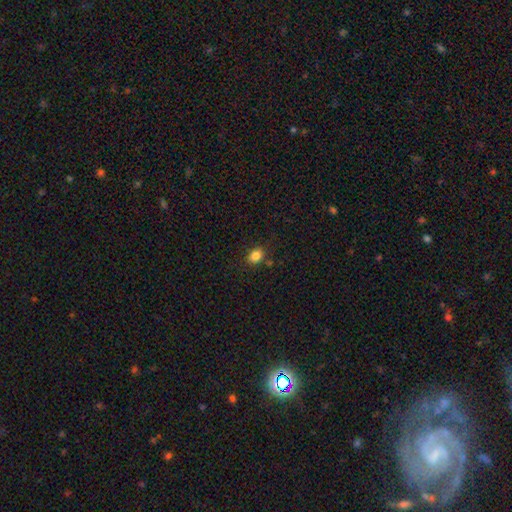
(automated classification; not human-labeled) Smooth or featured? smooth (84%)
How rounded? in between (58%)
Merging? none (82%)